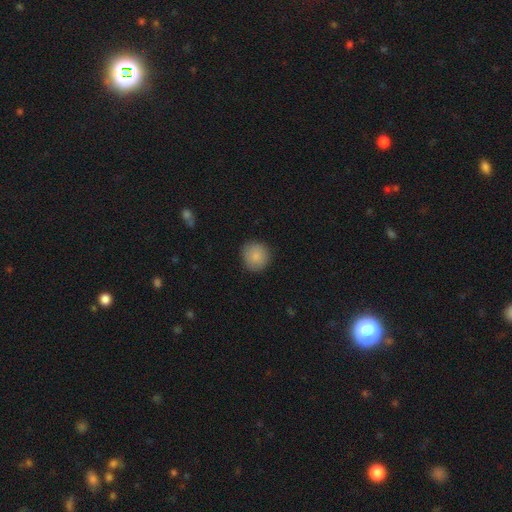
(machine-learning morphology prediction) smooth_or_featured: smooth (p=0.87) [alt: star or artifact p=0.08]
how_rounded: round (p=0.91) [alt: in between p=0.08]
merging: none (p=0.88) [alt: minor disturbance p=0.09]